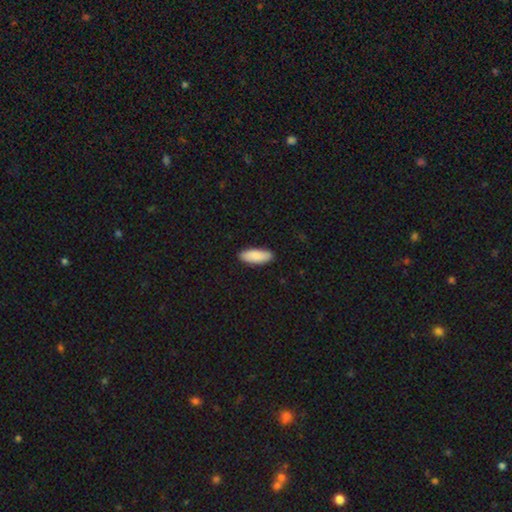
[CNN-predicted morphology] This is clearly a smooth galaxy (88%). How rounded: likely in between (75%). Merging: clearly none (89%).